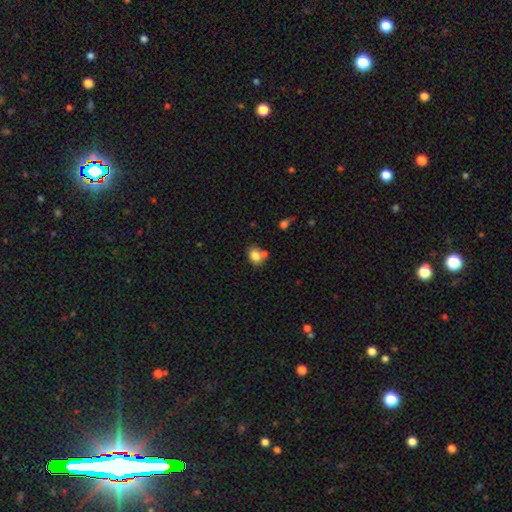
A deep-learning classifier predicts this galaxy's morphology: Smooth or featured?
  - smooth: 81% *
  - star or artifact: 10%
  - featured or disk: 9%
How rounded?
  - in between: 64% *
  - round: 35%
  - cigar-shaped: 1%
Merging?
  - none: 57% *
  - merger: 25%
  - minor disturbance: 14%
  - major disturbance: 4%